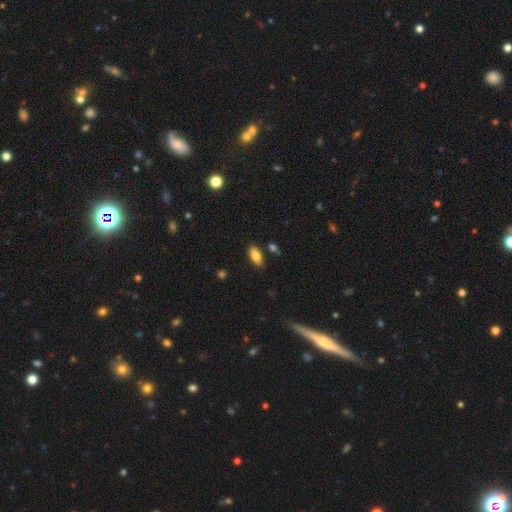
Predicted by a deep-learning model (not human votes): A smooth galaxy with no disk features (82%) that is in between round and cigar-shaped (89%). Merging: none (83%).